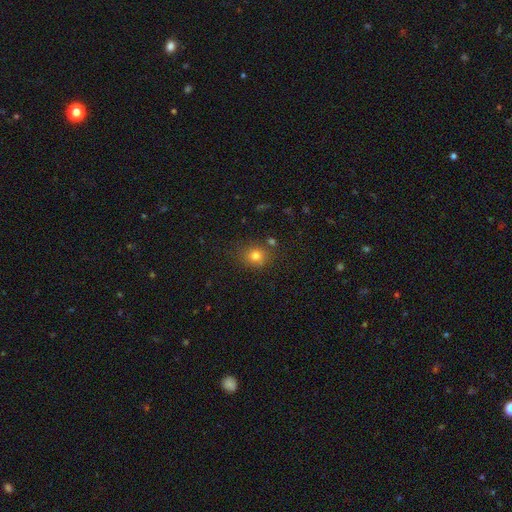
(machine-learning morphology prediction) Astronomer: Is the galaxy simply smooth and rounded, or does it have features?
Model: smooth — 77%.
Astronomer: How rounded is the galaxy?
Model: round — 74%.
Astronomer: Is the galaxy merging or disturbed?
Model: none — 76%.